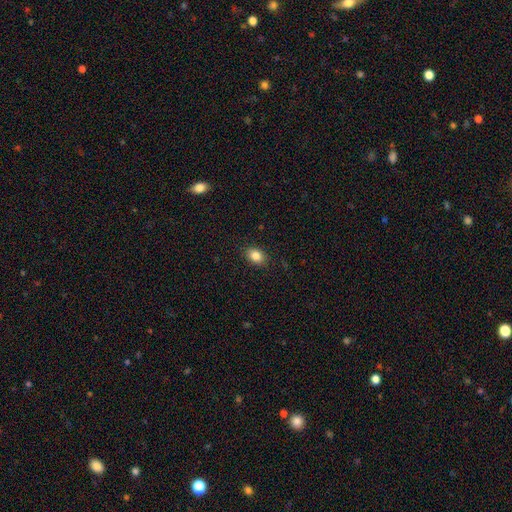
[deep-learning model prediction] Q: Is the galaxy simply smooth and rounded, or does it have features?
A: smooth — 85%.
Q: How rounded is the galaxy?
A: in between — 70%.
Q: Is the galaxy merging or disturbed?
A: none — 88%.